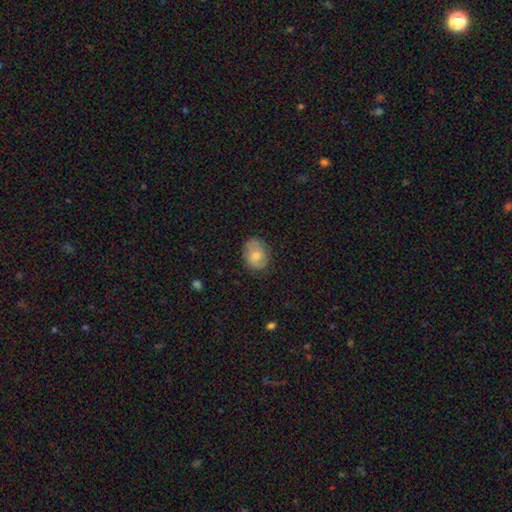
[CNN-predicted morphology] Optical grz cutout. It shows a smooth galaxy with no disk features (69%) that is in between round and cigar-shaped (61%). Merging: none (79%).